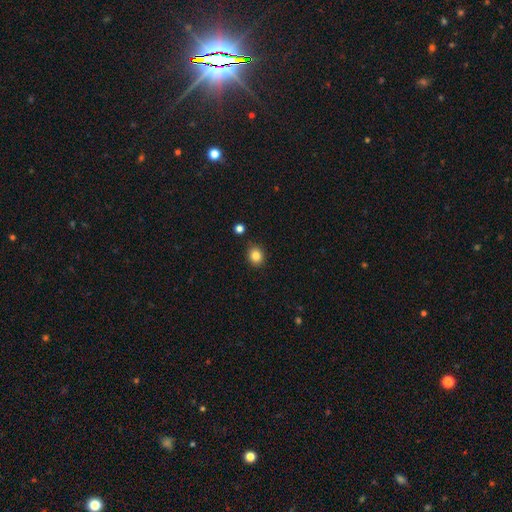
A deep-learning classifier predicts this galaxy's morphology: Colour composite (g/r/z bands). It shows a smooth galaxy with no disk features (84%) that is round (70%). Merging: none (87%).